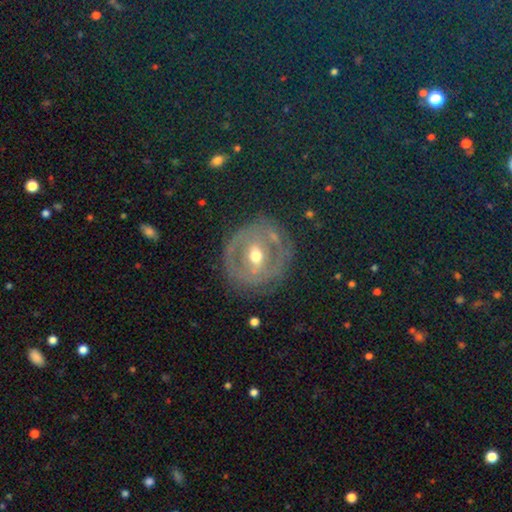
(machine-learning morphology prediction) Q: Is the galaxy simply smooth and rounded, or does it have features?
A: featured or disk — 73%.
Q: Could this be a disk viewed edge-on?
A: no — 93%.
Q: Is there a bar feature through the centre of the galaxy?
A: weak — 41%.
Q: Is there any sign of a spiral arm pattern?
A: no — 57%.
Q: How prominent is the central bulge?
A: moderate — 74%.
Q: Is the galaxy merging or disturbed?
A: none — 73%.